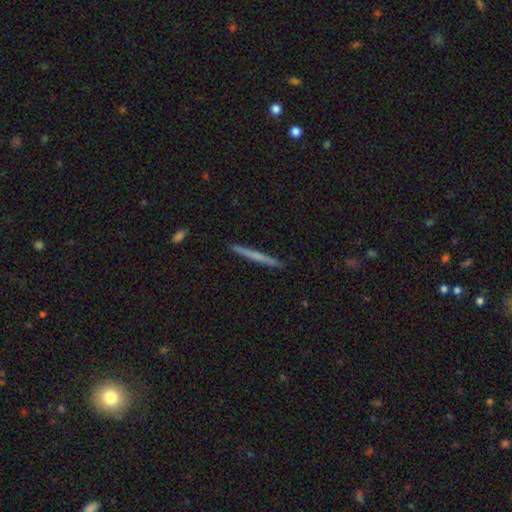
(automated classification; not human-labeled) Morphology: type=smooth (56%); roundness=cigar-shaped (97%); merging=none (92%).